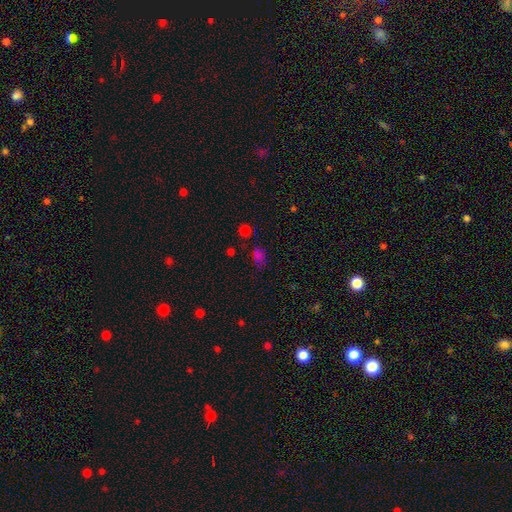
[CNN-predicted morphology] Smooth or featured: smooth — 64% (star or artifact — 29%)
How rounded: in between — 70% (round — 27%)
Merging: none — 61% (minor disturbance — 23%)